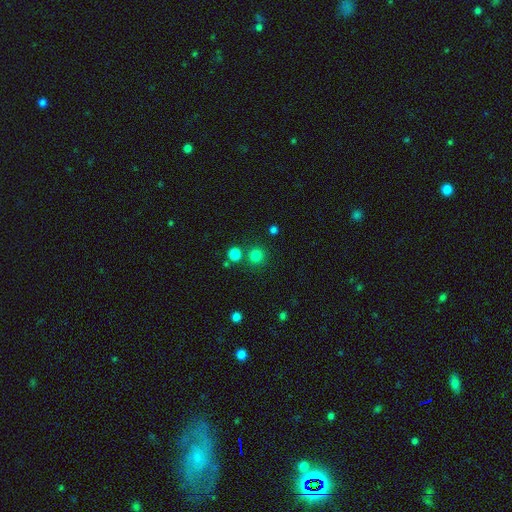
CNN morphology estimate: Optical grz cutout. It shows a smooth galaxy with no disk features (79%) that is round (93%). Merging: none (79%).